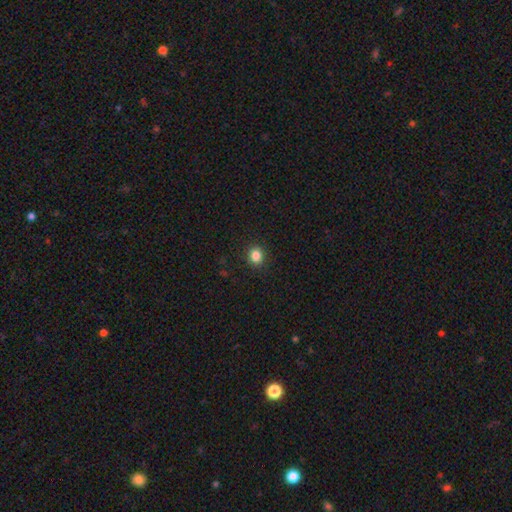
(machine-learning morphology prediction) A smooth galaxy with no disk features (84%) that is round (78%).

Vote fractions:
- Smooth or featured? smooth: 84% / star or artifact: 12% / featured or disk: 4%
- How rounded? round: 78% / in between: 21% / cigar-shaped: 1%
- Merging? none: 90% / minor disturbance: 7% / major disturbance: 2% / merger: 1%